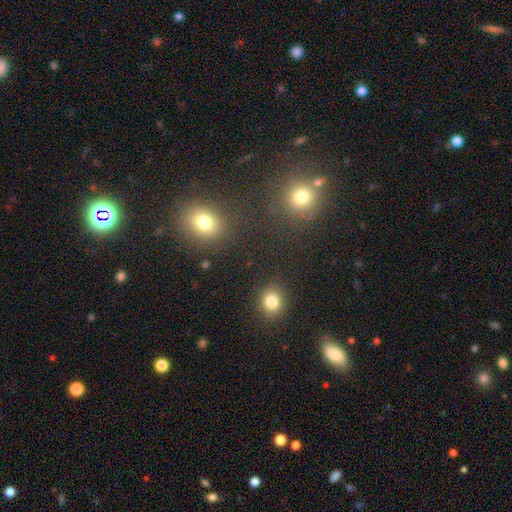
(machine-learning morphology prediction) smooth-or-featured: smooth: 52% | star or artifact: 41% | featured or disk: 7%
  how-rounded: round: 82% | in between: 16% | cigar-shaped: 2%
  merging: none: 83% | minor disturbance: 7% | merger: 6% | major disturbance: 3%